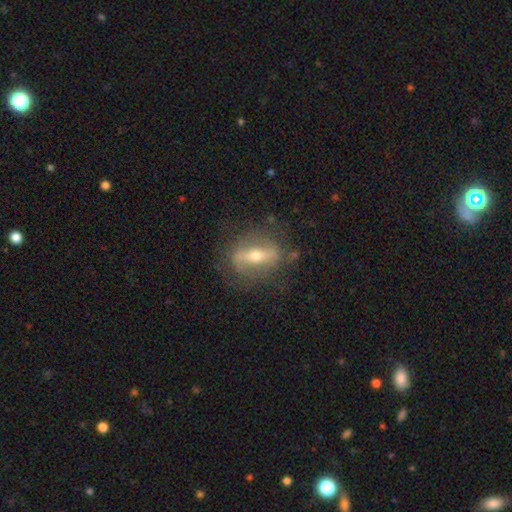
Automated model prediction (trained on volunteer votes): featured or disk 71%, smooth 22%, star or artifact 8%. Down the decision tree: edge-on disk — no (58%); merging — none (75%).